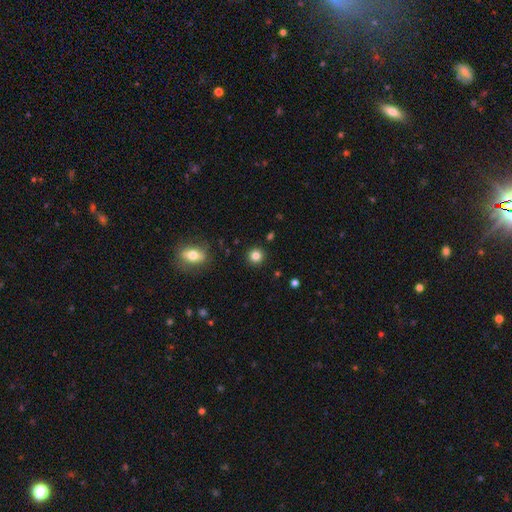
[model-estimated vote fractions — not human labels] Smooth or featured?
  - smooth: 83% *
  - star or artifact: 12%
  - featured or disk: 5%
How rounded?
  - round: 93% *
  - in between: 6%
  - cigar-shaped: 1%
Merging?
  - none: 91% *
  - minor disturbance: 5%
  - major disturbance: 2%
  - merger: 2%